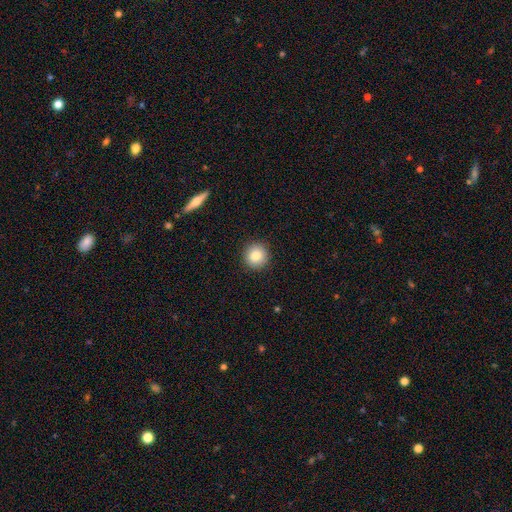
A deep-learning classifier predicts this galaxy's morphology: smooth 83%, star or artifact 9%, featured or disk 7%. Down the decision tree: how rounded — round (93%); merging — none (92%).